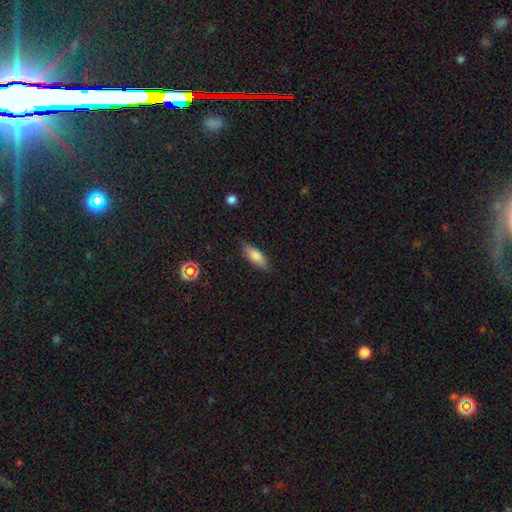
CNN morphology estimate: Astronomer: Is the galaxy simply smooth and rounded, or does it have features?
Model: smooth — 78%.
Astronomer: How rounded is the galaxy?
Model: in between — 65%.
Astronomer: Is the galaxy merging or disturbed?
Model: none — 83%.